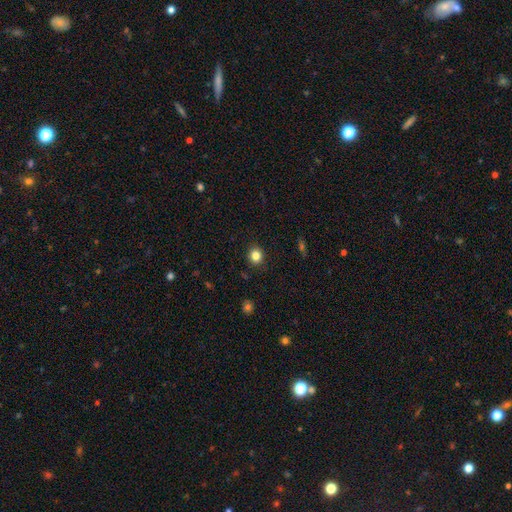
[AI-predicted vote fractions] A smooth galaxy with no disk features (83%) that is round (85%).

Vote fractions:
- Smooth or featured? smooth: 83% / star or artifact: 12% / featured or disk: 6%
- How rounded? round: 85% / in between: 14% / cigar-shaped: 1%
- Merging? none: 91% / minor disturbance: 6% / major disturbance: 2% / merger: 1%